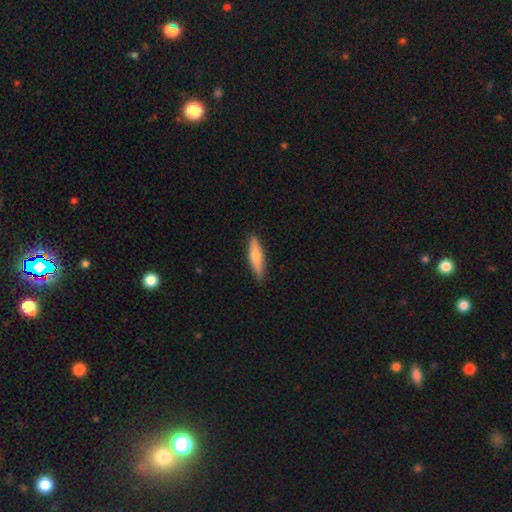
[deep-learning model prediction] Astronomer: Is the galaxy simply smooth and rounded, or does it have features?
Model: smooth — 64%.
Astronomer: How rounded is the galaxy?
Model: cigar-shaped — 75%.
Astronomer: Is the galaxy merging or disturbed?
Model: none — 88%.